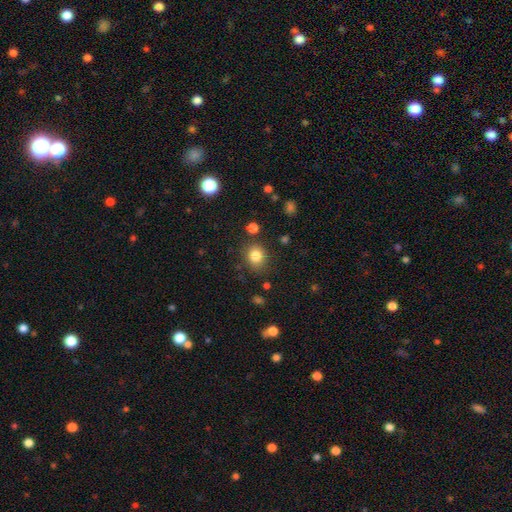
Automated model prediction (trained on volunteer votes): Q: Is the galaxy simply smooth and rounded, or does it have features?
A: smooth — 82%.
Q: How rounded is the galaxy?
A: round — 68%.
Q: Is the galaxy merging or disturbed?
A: none — 81%.